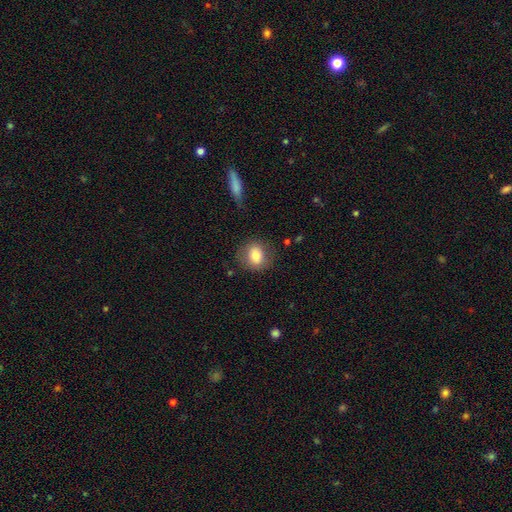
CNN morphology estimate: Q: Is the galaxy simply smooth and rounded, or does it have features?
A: smooth — 79%.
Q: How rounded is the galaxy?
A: round — 59%.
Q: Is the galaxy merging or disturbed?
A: none — 77%.